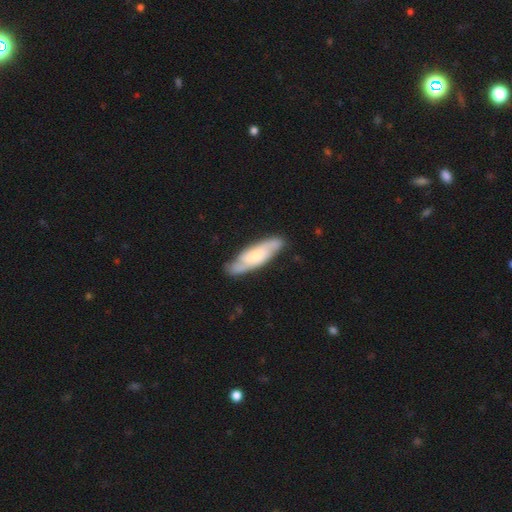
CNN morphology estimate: This appears to be a featured or disk galaxy (57%). Merging: none (79%).